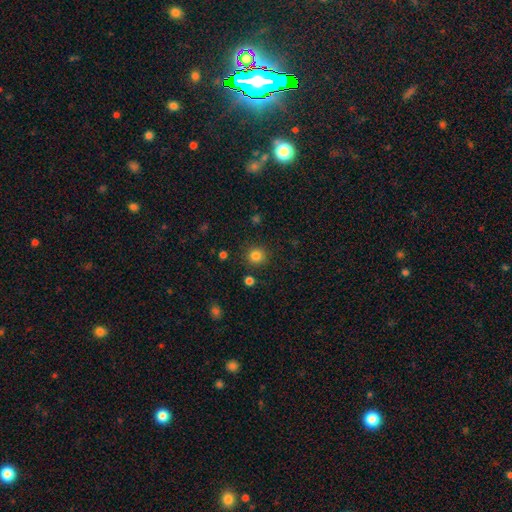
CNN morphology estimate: This is clearly a smooth galaxy (83%). How rounded: clearly round (94%). Merging: clearly none (89%).